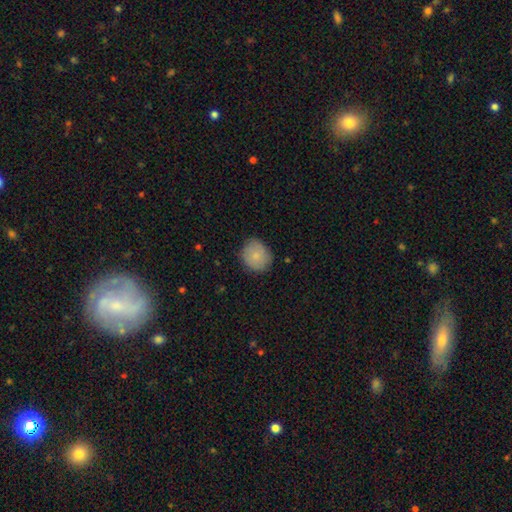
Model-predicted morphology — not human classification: Smooth or featured? Predicted: smooth (p=0.83). How rounded? Predicted: round (p=0.76). Merging? Predicted: none (p=0.79).